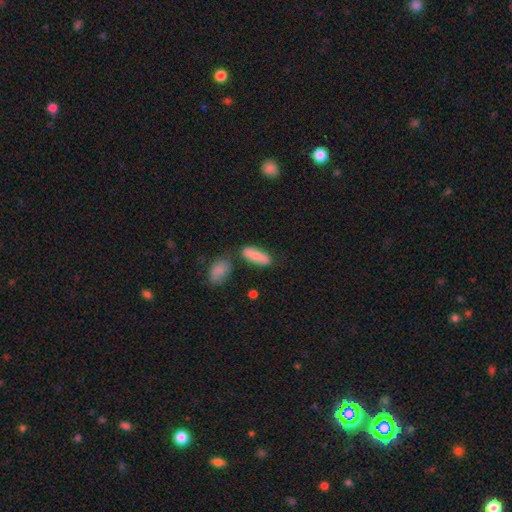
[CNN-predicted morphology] Smooth or featured?
  - smooth: 81% *
  - featured or disk: 12%
  - star or artifact: 7%
How rounded?
  - in between: 66% *
  - cigar-shaped: 32%
  - round: 3%
Merging?
  - none: 65% *
  - minor disturbance: 16%
  - merger: 14%
  - major disturbance: 5%